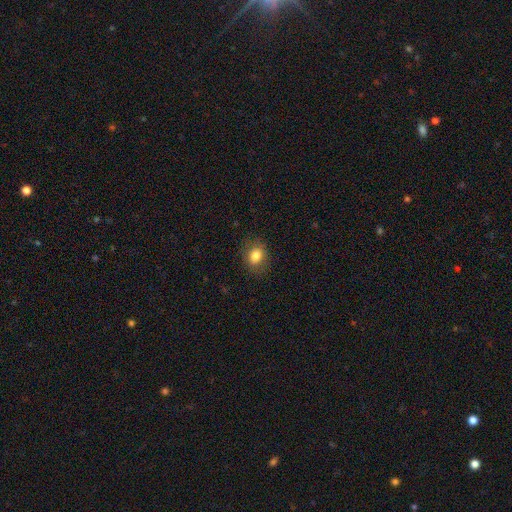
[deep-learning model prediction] Morphology: type=smooth (82%); roundness=round (51%); merging=none (84%).